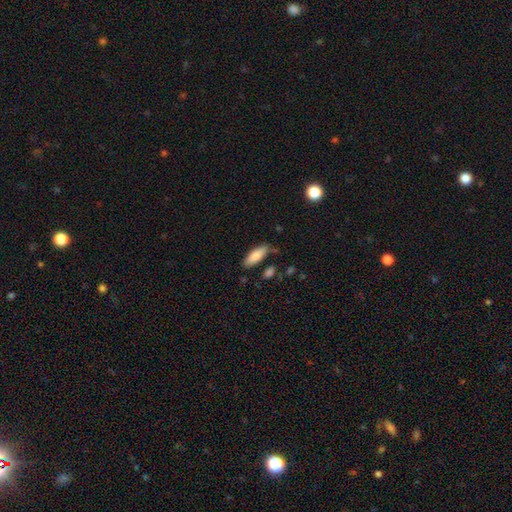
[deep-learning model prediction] smooth_or_featured: smooth (p=0.84) [alt: featured or disk p=0.10]
how_rounded: in between (p=0.63) [alt: cigar-shaped p=0.35]
merging: none (p=0.78) [alt: minor disturbance p=0.15]